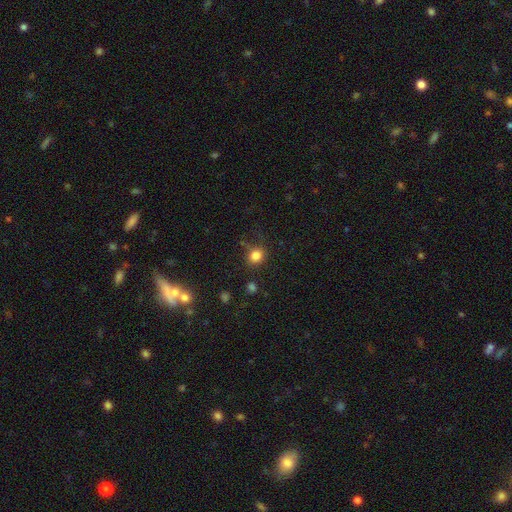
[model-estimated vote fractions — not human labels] This appears to be a smooth galaxy with no disk features (82%) that is round (73%). Merging: none (77%).